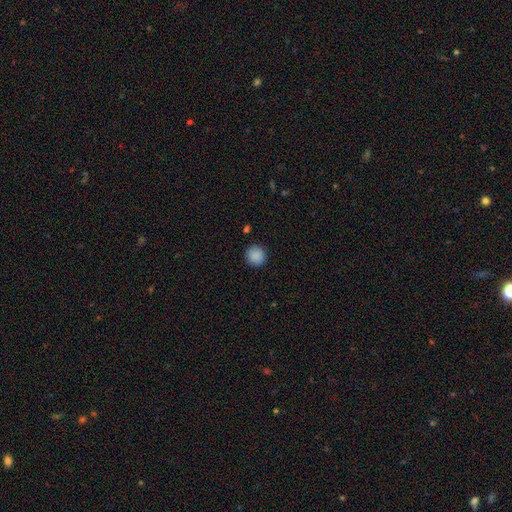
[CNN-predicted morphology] smooth 89%, star or artifact 9%, featured or disk 3%. Down the decision tree: how rounded — round (94%); merging — none (91%).